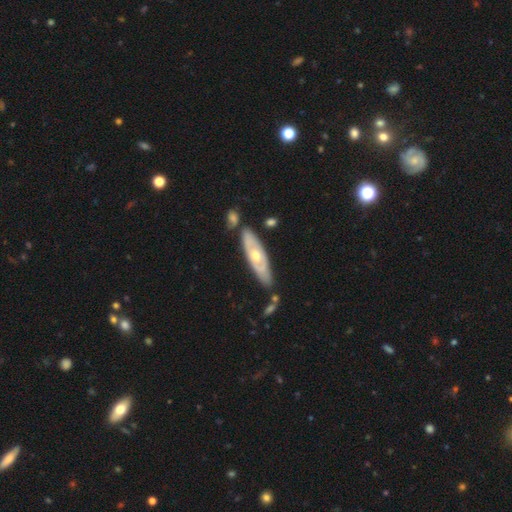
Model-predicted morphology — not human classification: Smooth or featured: featured or disk — 66% (smooth — 29%)
Edge-on disk: no — 70% (yes — 30%)
Merging: none — 68% (minor disturbance — 18%)